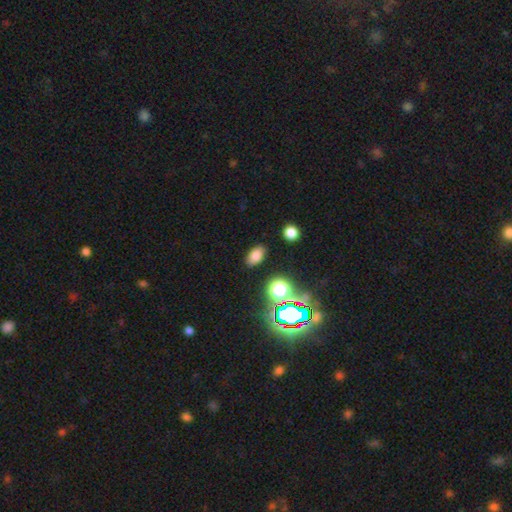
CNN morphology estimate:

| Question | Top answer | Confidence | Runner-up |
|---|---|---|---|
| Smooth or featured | smooth | 75% | star or artifact (18%) |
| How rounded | in between | 88% | round (11%) |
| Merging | none | 86% | minor disturbance (9%) |